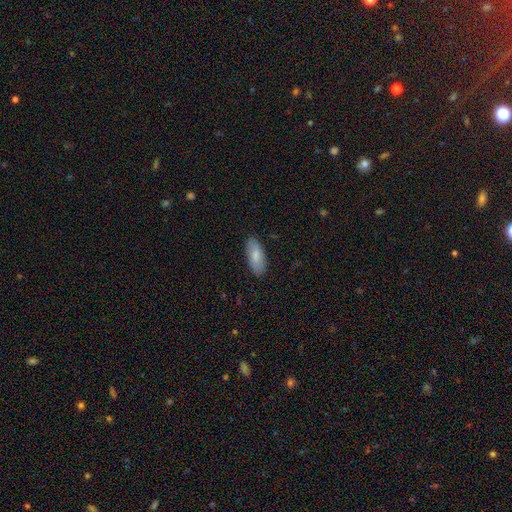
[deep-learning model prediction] Smooth or featured? Predicted: smooth (p=0.82). How rounded? Predicted: in between (p=0.83). Merging? Predicted: none (p=0.86).